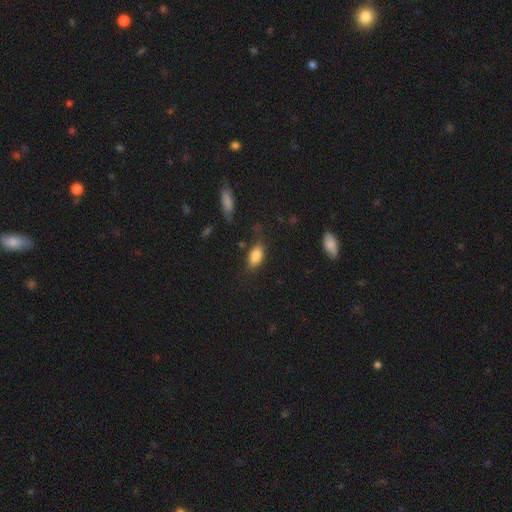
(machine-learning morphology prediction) smooth-or-featured: smooth: 84% | star or artifact: 8% | featured or disk: 8%
  how-rounded: in between: 89% | round: 6% | cigar-shaped: 5%
  merging: none: 73% | minor disturbance: 18% | major disturbance: 6% | merger: 3%